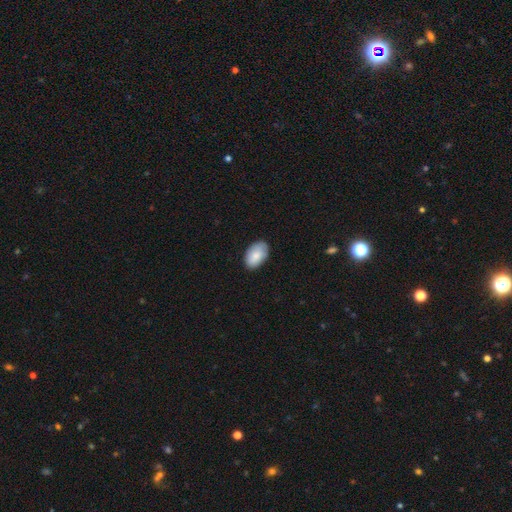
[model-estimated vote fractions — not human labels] Morphology: type=smooth (85%); roundness=in between (93%); merging=none (80%).